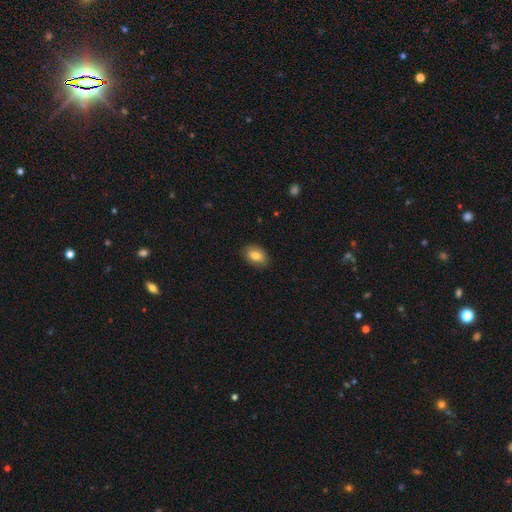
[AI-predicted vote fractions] The model was most divided on "smooth or featured": smooth: 81%, featured or disk: 12%, star or artifact: 8%. More confident: merging — none (87%); how rounded — in between (86%).